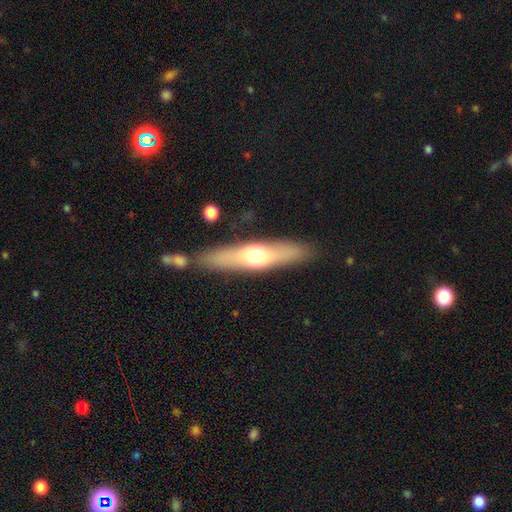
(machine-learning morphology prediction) type=smooth (53%); roundness=cigar-shaped (73%); merging=none (84%).